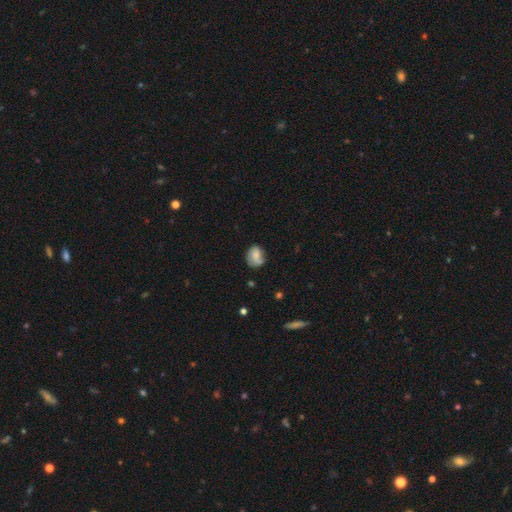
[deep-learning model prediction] A smooth galaxy with no disk features (69%) that is in between round and cigar-shaped (57%). Merging: none (49%).